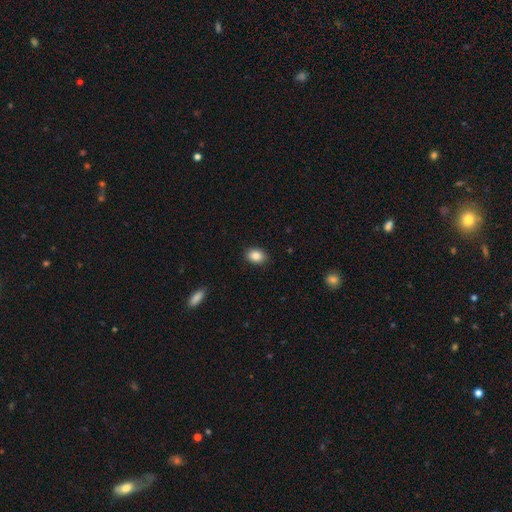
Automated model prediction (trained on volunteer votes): Smooth or featured? Predicted: smooth (p=0.87). How rounded? Predicted: in between (p=0.72). Merging? Predicted: none (p=0.89).